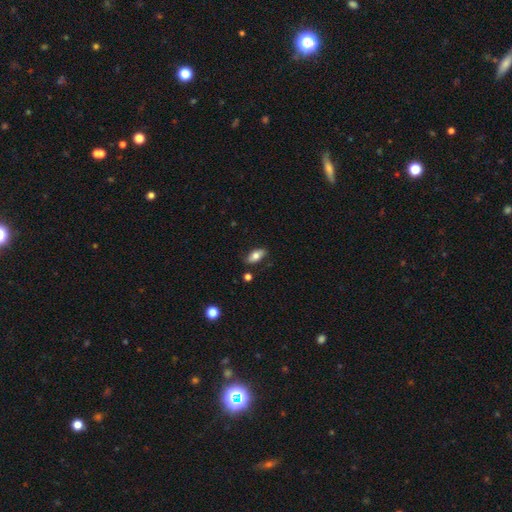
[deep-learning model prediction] Q: Smooth or featured?
A: smooth (74%); runner-up: featured or disk (19%)
Q: How rounded?
A: in between (88%); runner-up: cigar-shaped (8%)
Q: Merging?
A: none (82%); runner-up: minor disturbance (13%)